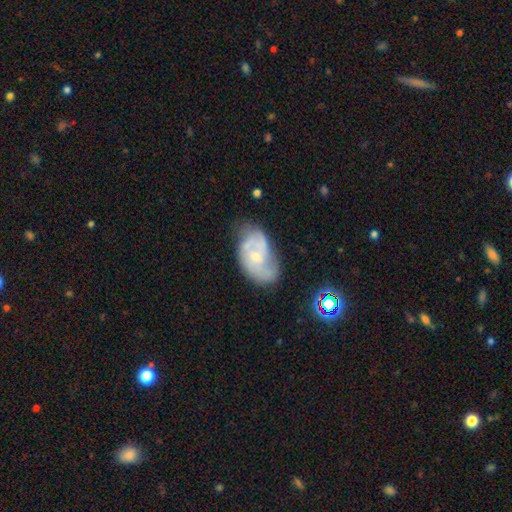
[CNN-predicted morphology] A featured or disk galaxy (70%) with no bar (65%), 2 (49%) medium (43%) spiral arms (84%) and a small central bulge (60%). Merging: none (52%).